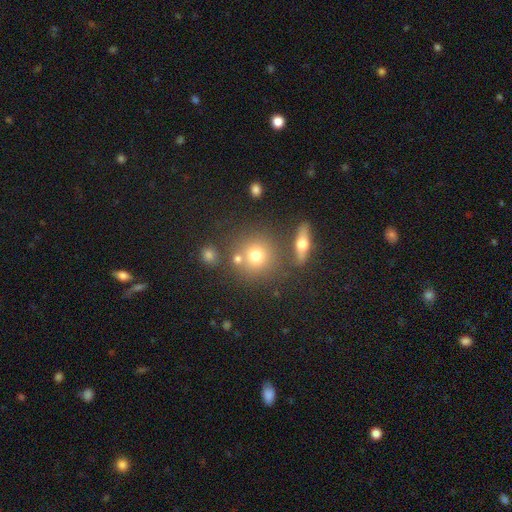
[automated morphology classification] smooth_or_featured: smooth (p=0.71) [alt: featured or disk p=0.15]
how_rounded: round (p=0.88) [alt: in between p=0.10]
merging: none (p=0.69) [alt: merger p=0.17]